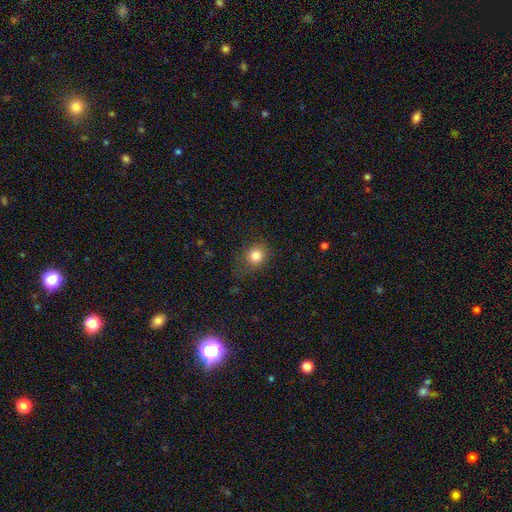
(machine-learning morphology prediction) Smooth or featured: smooth — 82% (star or artifact — 11%)
How rounded: round — 83% (in between — 16%)
Merging: none — 74% (minor disturbance — 17%)